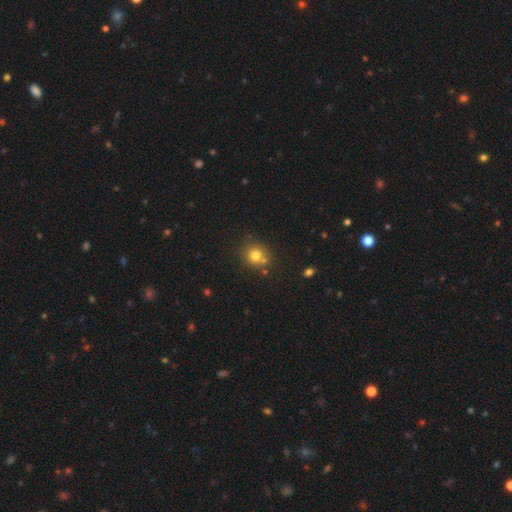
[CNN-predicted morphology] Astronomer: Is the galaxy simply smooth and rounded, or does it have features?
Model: smooth — 77%.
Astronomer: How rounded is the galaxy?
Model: round — 88%.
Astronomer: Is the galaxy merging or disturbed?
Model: none — 71%.